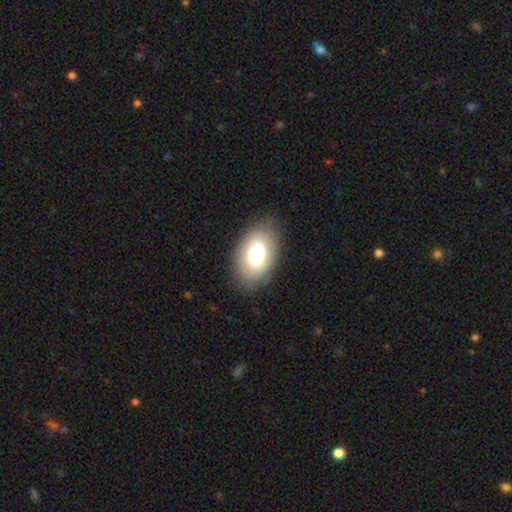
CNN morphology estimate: Smooth or featured? smooth (64%)
How rounded? in between (89%)
Merging? none (77%)